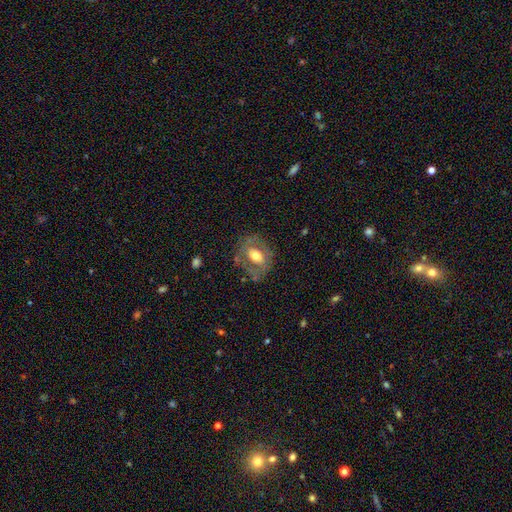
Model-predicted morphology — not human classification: Overall: featured or disk (50%; smooth 43%). Edge-on disk: no (93%). Merging: none (63%).